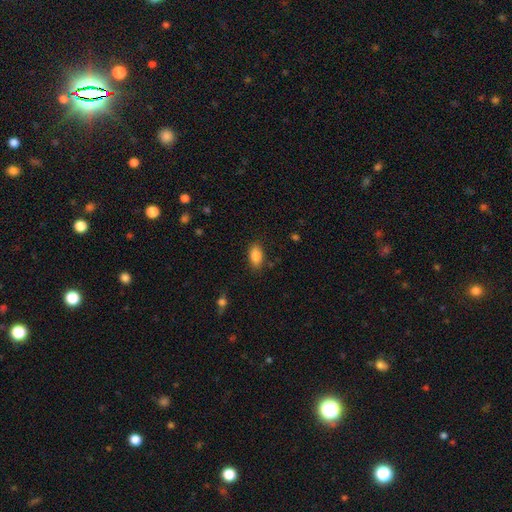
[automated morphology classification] smooth 87%, star or artifact 8%, featured or disk 5%. Down the decision tree: how rounded — in between (91%); merging — none (84%).